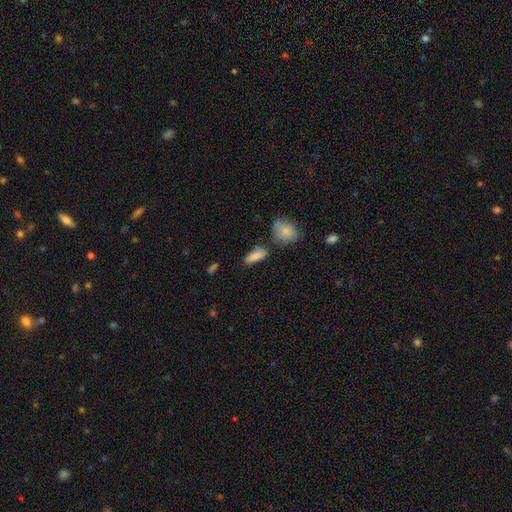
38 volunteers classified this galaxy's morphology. Overall: smooth (87%). How rounded: in between (61%; cigar-shaped 36%). Merging: none (54%; merger 24%).